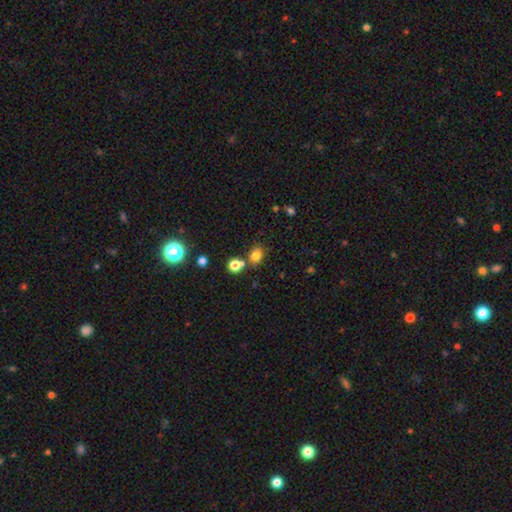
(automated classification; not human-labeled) The model was most divided on "how rounded": round: 62%, in between: 37%, cigar-shaped: 1%. More confident: smooth or featured — smooth (77%); merging — none (69%).